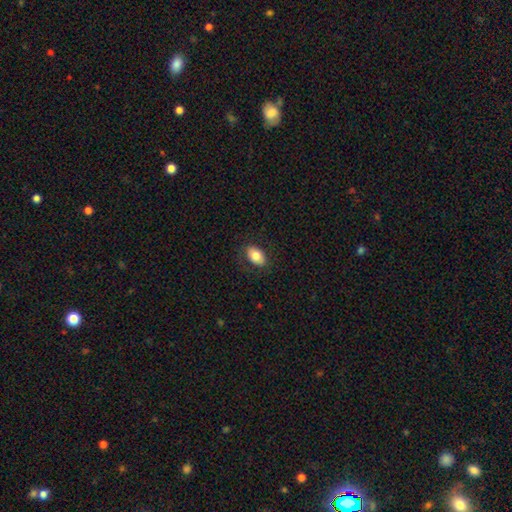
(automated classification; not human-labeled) Overall: smooth (79%). How rounded: in between (88%). Merging: none (85%).